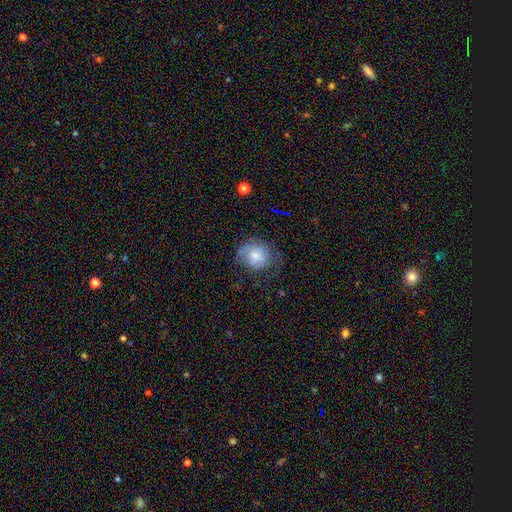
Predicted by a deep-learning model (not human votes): Smooth or featured?
  - smooth: 63% *
  - featured or disk: 28%
  - star or artifact: 9%
How rounded?
  - round: 69% *
  - in between: 31%
  - cigar-shaped: 1%
Merging?
  - none: 45% *
  - minor disturbance: 29%
  - major disturbance: 24%
  - merger: 2%